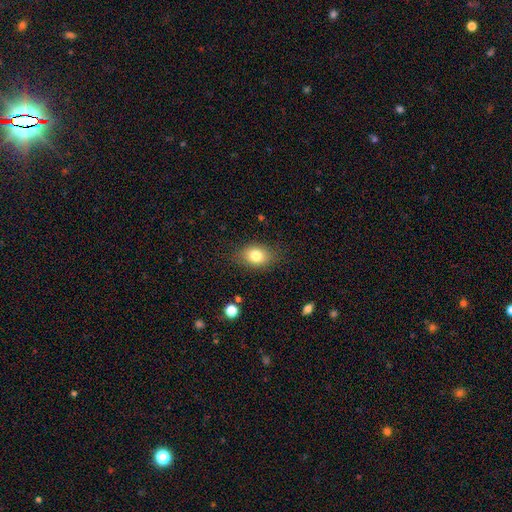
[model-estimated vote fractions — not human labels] This appears to be a smooth galaxy with no disk features (80%) that is in between round and cigar-shaped (67%). Merging: none (81%).